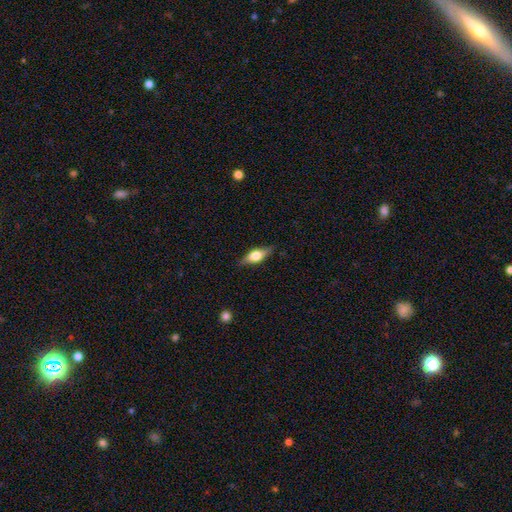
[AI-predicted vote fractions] Morphology: type=smooth (52%); roundness=in between (68%); merging=none (82%).